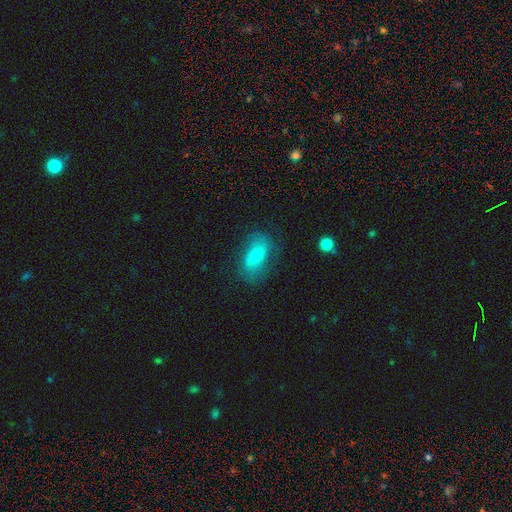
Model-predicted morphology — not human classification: Smooth or featured? smooth (56%)
How rounded? in between (86%)
Merging? none (66%)